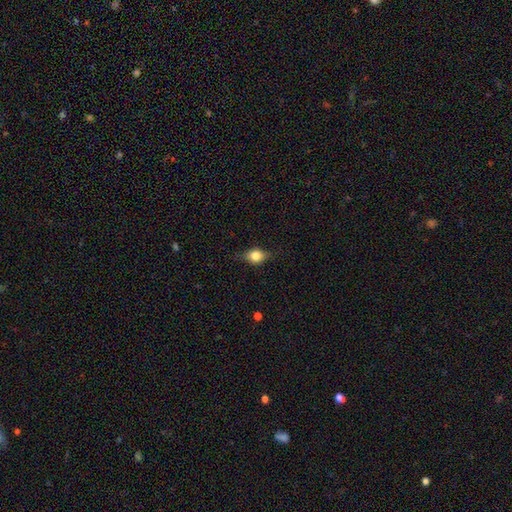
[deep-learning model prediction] Q: Smooth or featured?
A: smooth (66%); runner-up: featured or disk (24%)
Q: How rounded?
A: in between (53%); runner-up: round (43%)
Q: Merging?
A: none (77%); runner-up: minor disturbance (17%)